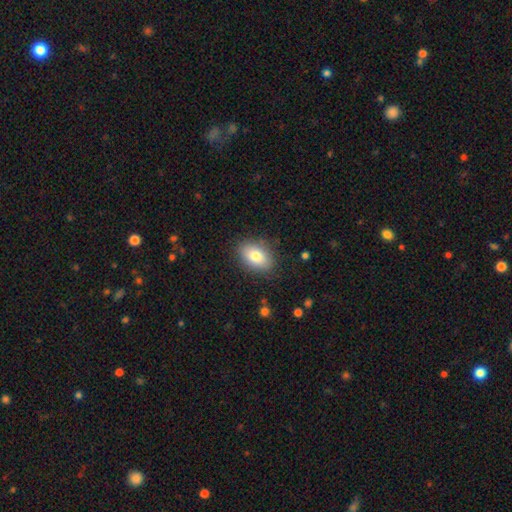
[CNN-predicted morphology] type=smooth (79%); roundness=in between (83%); merging=none (85%).